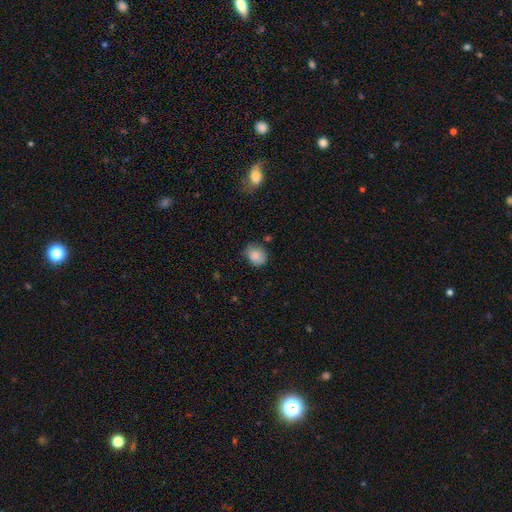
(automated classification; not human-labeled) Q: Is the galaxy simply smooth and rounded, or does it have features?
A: smooth — 81%.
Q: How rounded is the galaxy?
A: round — 63%.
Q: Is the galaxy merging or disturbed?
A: none — 67%.